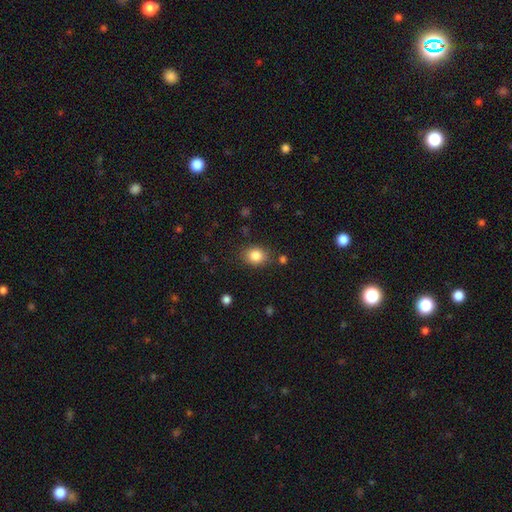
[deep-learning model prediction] Overall: smooth (85%). How rounded: round (52%; in between 47%). Merging: none (80%).